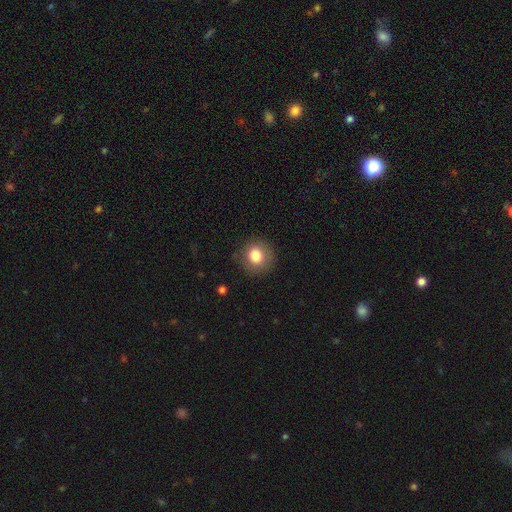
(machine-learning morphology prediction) type=smooth (81%); roundness=round (89%); merging=none (87%).